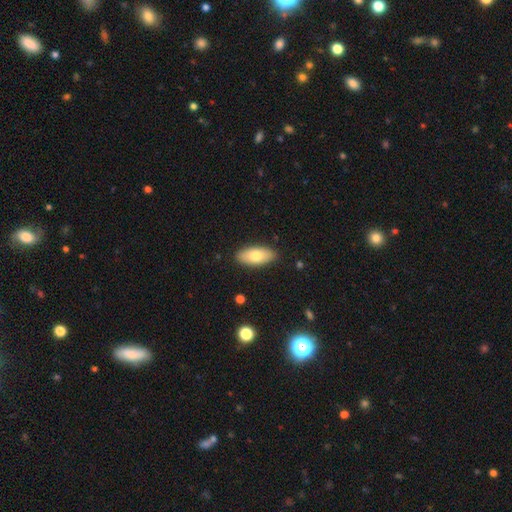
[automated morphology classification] The model was most divided on "smooth or featured": smooth: 75%, featured or disk: 19%, star or artifact: 6%. More confident: how rounded — in between (89%); merging — none (89%).